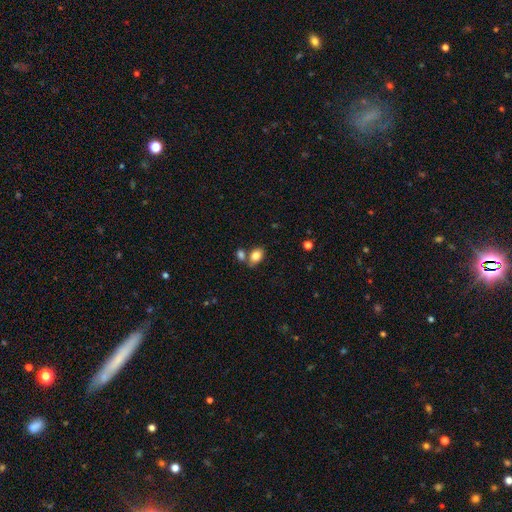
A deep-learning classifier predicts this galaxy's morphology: smooth 83%, star or artifact 9%, featured or disk 8%. Down the decision tree: how rounded — in between (82%); merging — none (55%).